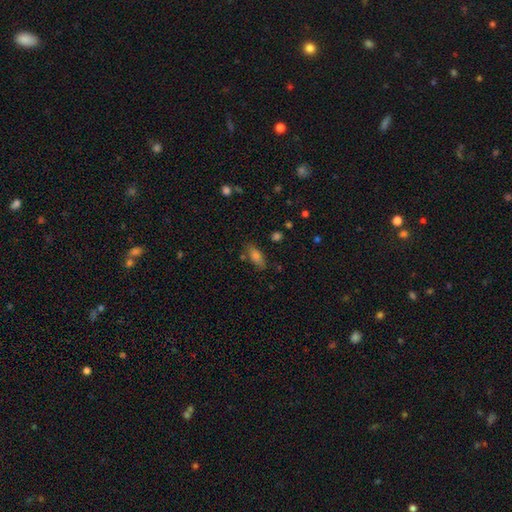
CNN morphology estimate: This is likely a smooth galaxy (71%). How rounded: likely in between (74%). Merging: likely none (79%).